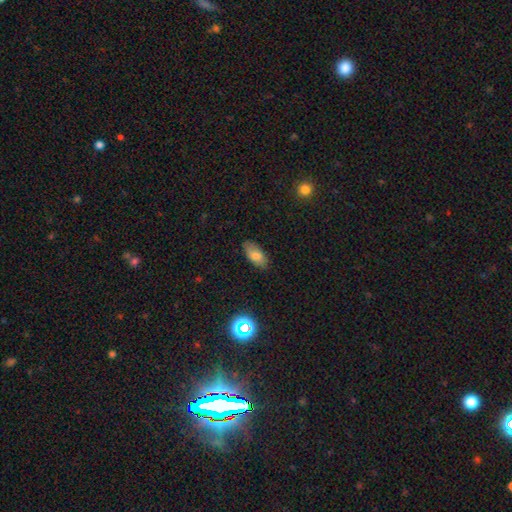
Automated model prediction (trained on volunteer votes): Smooth or featured? Predicted: smooth (p=0.78). How rounded? Predicted: in between (p=0.89). Merging? Predicted: none (p=0.82).